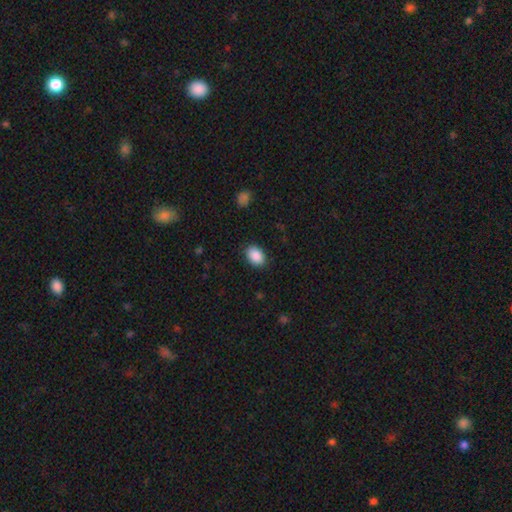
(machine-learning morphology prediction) This is clearly a smooth galaxy (90%). How rounded: likely in between (80%). Merging: clearly none (87%).